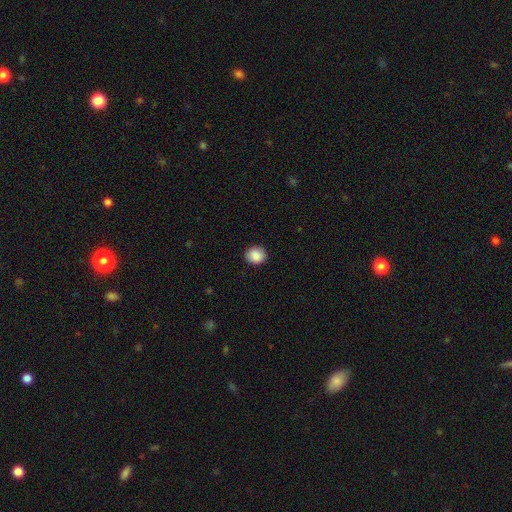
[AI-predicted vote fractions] The model was most divided on "how rounded": round: 75%, in between: 24%, cigar-shaped: 1%. More confident: merging — none (90%); smooth or featured — smooth (89%).